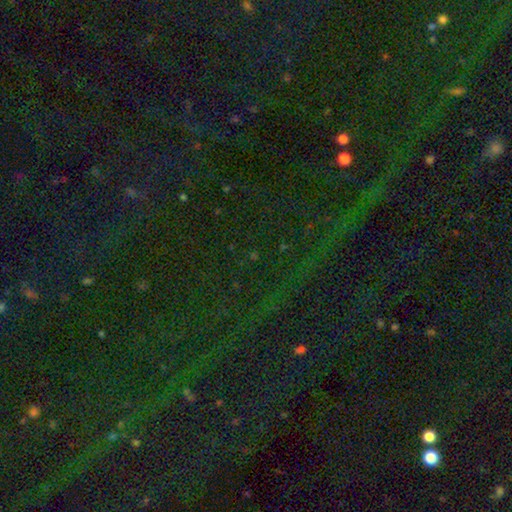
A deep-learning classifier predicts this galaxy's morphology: Smooth or featured? Predicted: star or artifact (p=0.80).